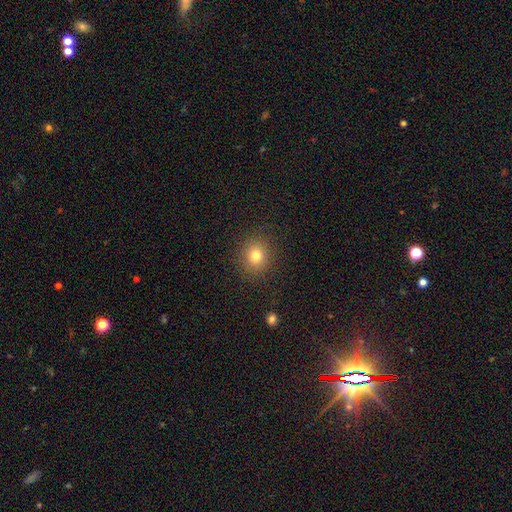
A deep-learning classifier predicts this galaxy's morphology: A smooth galaxy with no disk features (78%) that is round (84%).

Vote fractions:
- Smooth or featured? smooth: 78% / star or artifact: 14% / featured or disk: 8%
- How rounded? round: 84% / in between: 15% / cigar-shaped: 1%
- Merging? none: 89% / minor disturbance: 7% / major disturbance: 3% / merger: 1%